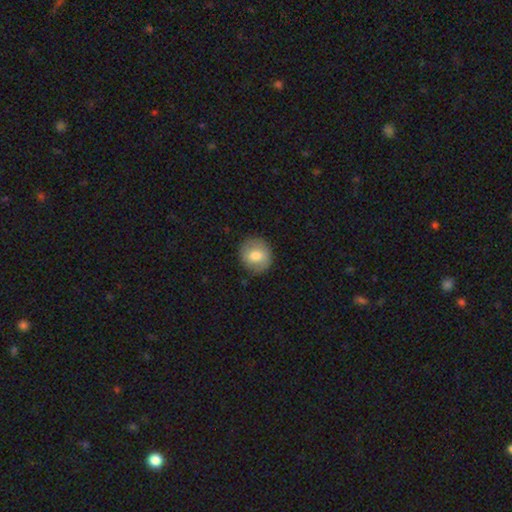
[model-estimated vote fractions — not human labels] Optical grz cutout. It shows a smooth galaxy with no disk features (72%) that is round (86%). Merging: none (85%).